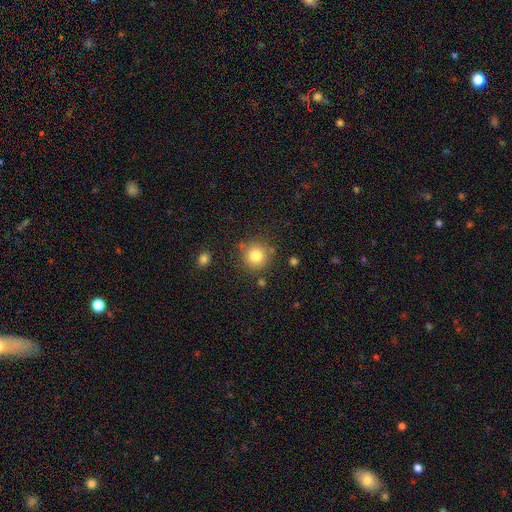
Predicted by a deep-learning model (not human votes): This is clearly a smooth galaxy (82%). How rounded: clearly round (93%). Merging: clearly none (81%).